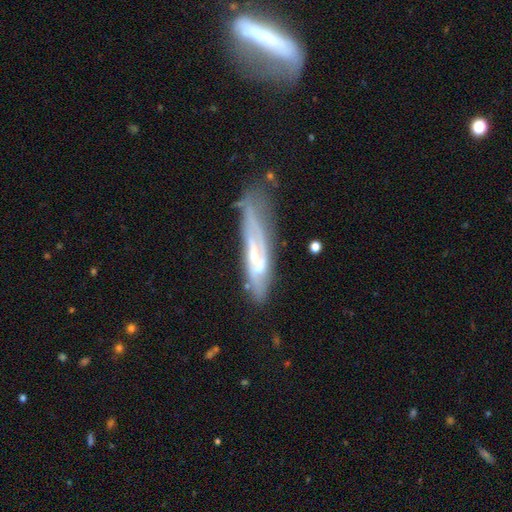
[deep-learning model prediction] A featured or disk galaxy (67%) viewed edge-on (52%). Merging: none (51%).